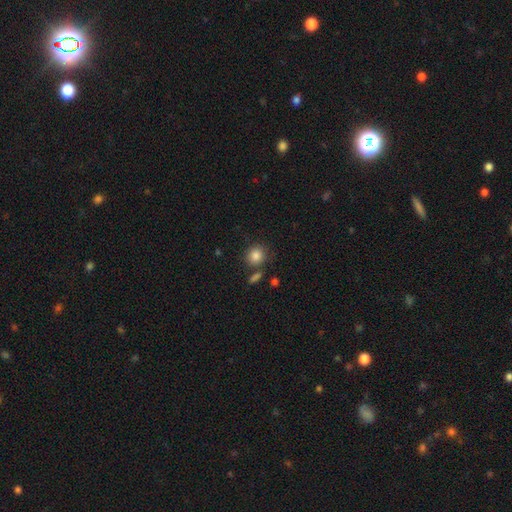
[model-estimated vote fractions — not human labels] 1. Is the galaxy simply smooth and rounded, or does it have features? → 85% smooth, 10% star or artifact, 6% featured or disk.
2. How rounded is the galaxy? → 83% round, 16% in between, 1% cigar-shaped.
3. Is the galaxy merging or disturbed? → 76% none, 11% minor disturbance, 9% merger, 3% major disturbance.